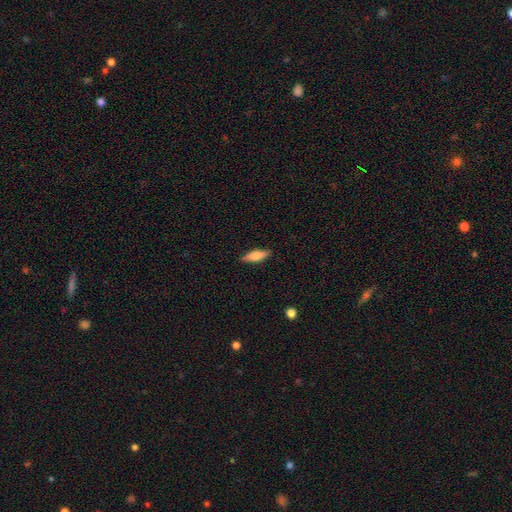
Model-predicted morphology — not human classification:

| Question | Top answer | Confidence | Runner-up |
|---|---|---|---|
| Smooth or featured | smooth | 71% | featured or disk (23%) |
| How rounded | cigar-shaped | 50% | in between (48%) |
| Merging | none | 88% | minor disturbance (9%) |